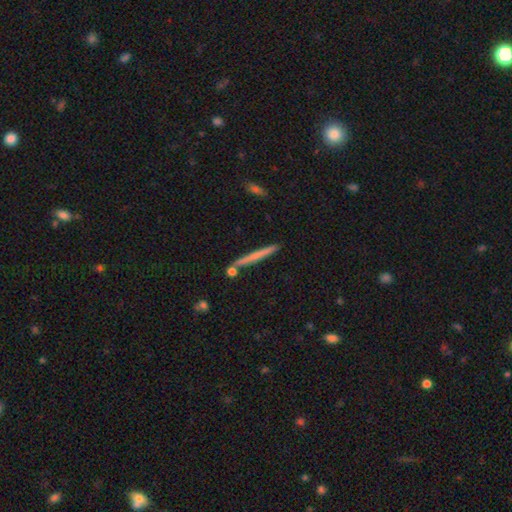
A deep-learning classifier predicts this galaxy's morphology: This appears to be a smooth galaxy with no disk features (56%) that is cigar-shaped (96%). Merging: none (86%).